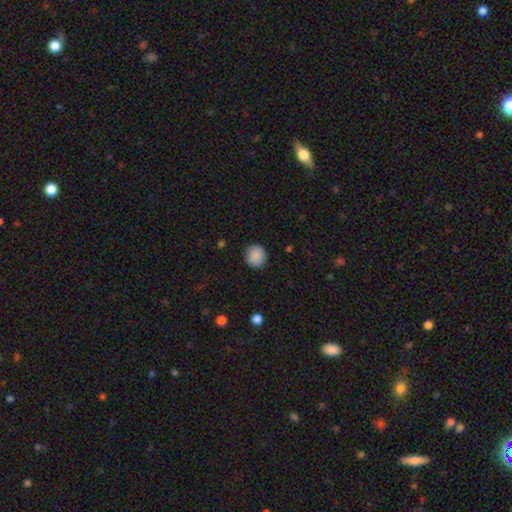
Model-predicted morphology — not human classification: Q: Smooth or featured?
A: smooth (88%); runner-up: star or artifact (8%)
Q: How rounded?
A: round (90%); runner-up: in between (9%)
Q: Merging?
A: none (89%); runner-up: minor disturbance (8%)